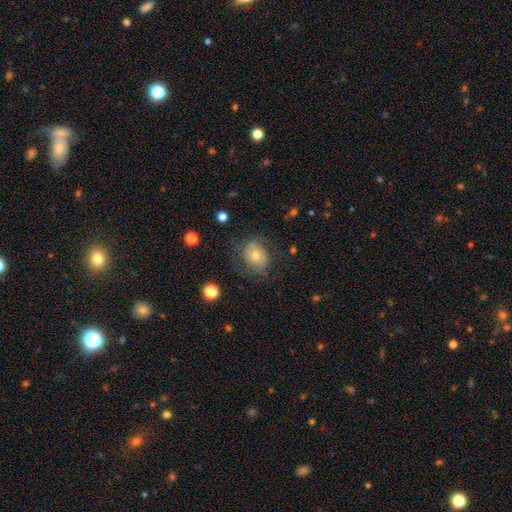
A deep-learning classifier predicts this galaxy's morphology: type=featured or disk (52%); edge-on=no (96%); bar=no (70%); spiral arms=yes (74%); bulge=moderate (58%); merging=none (62%).